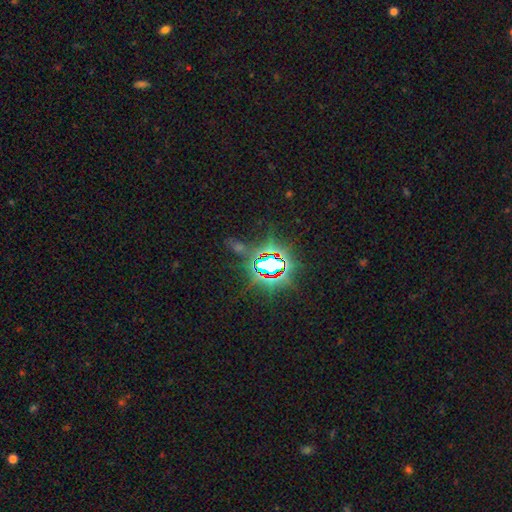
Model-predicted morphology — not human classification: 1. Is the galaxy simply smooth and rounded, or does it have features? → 82% star or artifact, 10% smooth, 8% featured or disk.